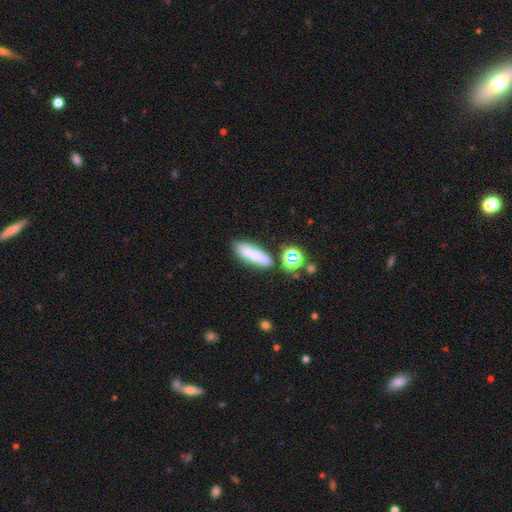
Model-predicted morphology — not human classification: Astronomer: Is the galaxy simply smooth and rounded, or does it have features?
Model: smooth — 59%.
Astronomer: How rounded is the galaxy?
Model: in between — 55% (runner-up: cigar-shaped, 40%).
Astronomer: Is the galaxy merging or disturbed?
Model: none — 48% (runner-up: merger, 28%).